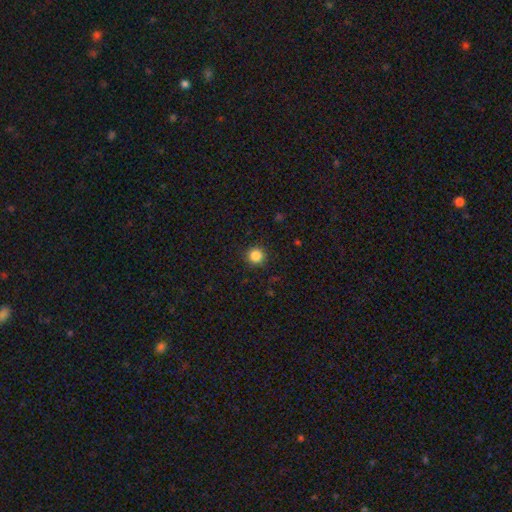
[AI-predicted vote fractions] Morphology: type=smooth (85%); roundness=round (95%); merging=none (91%).